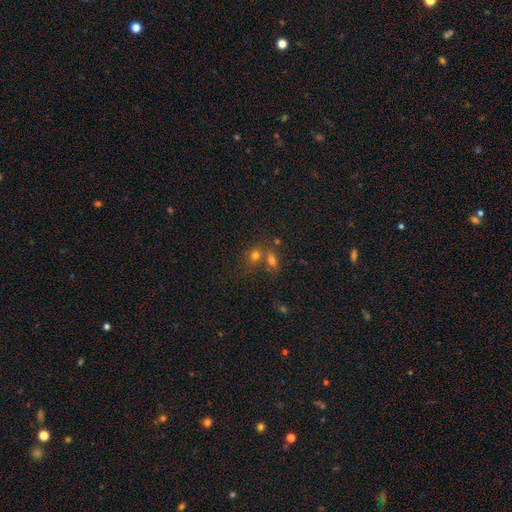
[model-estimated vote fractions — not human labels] Overall: smooth (67%). How rounded: in between (49%, tied with round). Merging: merger (47%; none 40%).